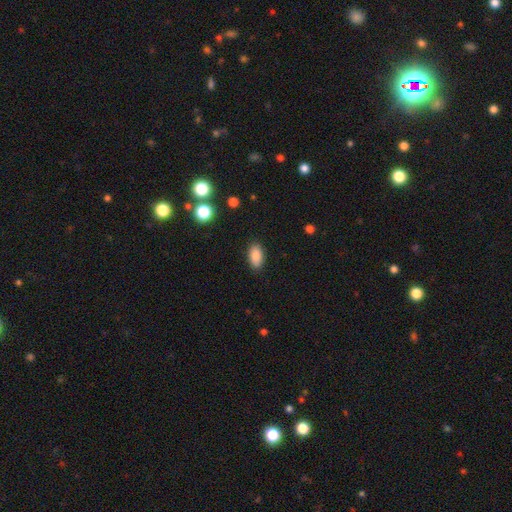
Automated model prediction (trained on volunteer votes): Morphology: type=smooth (86%); roundness=in between (92%); merging=none (86%).